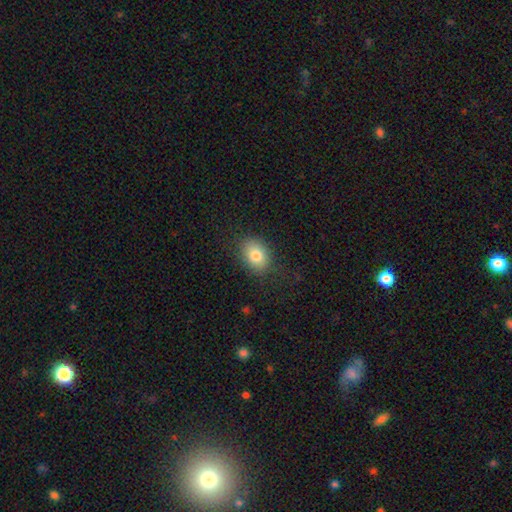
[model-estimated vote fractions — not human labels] Overall: smooth (80%). How rounded: in between (66%; round 33%). Merging: none (81%).